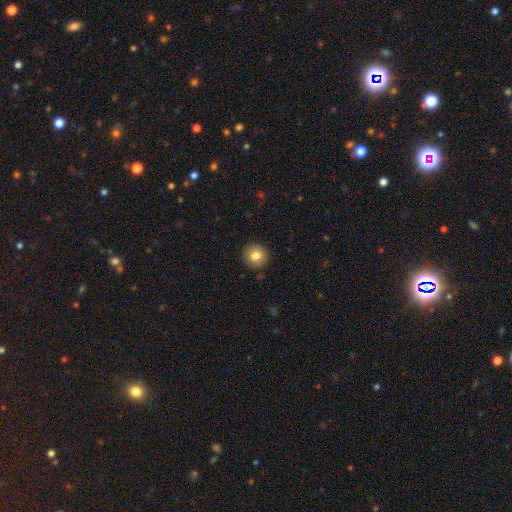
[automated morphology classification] smooth 82%, star or artifact 9%, featured or disk 9%. Down the decision tree: how rounded — round (95%); merging — none (91%).